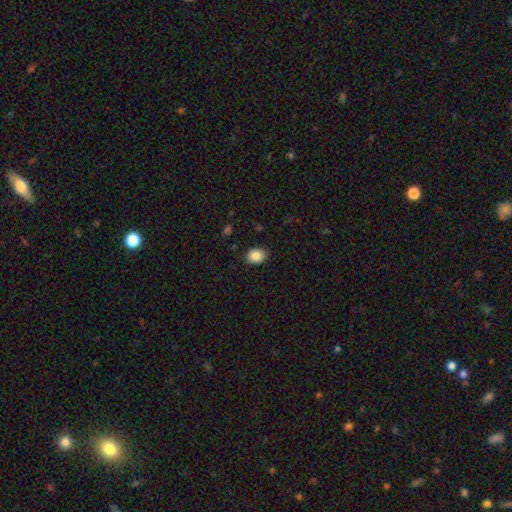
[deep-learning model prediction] Smooth or featured: smooth — 88% (star or artifact — 9%)
How rounded: in between — 64% (round — 35%)
Merging: none — 88% (minor disturbance — 9%)